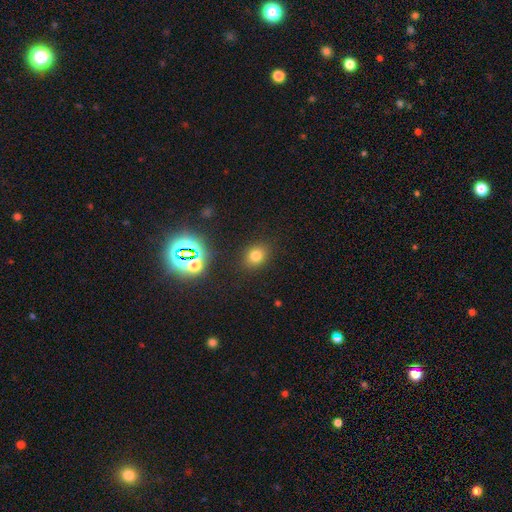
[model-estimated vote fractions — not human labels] Smooth or featured?
  - smooth: 72% *
  - star or artifact: 20%
  - featured or disk: 8%
How rounded?
  - round: 53% *
  - in between: 46%
  - cigar-shaped: 1%
Merging?
  - none: 86% *
  - minor disturbance: 9%
  - major disturbance: 3%
  - merger: 2%